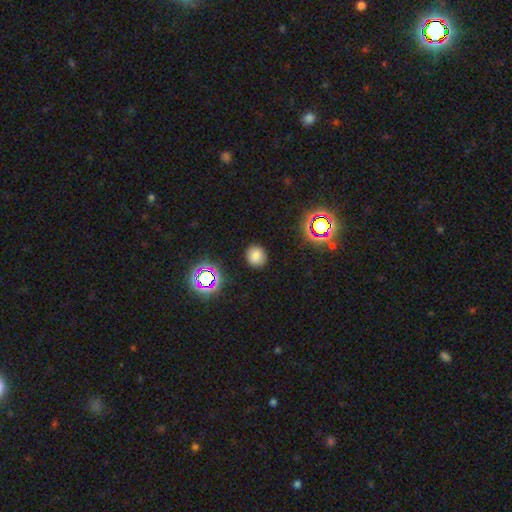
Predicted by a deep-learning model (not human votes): This is likely a smooth galaxy (77%). How rounded: likely round (77%). Merging: clearly none (88%).